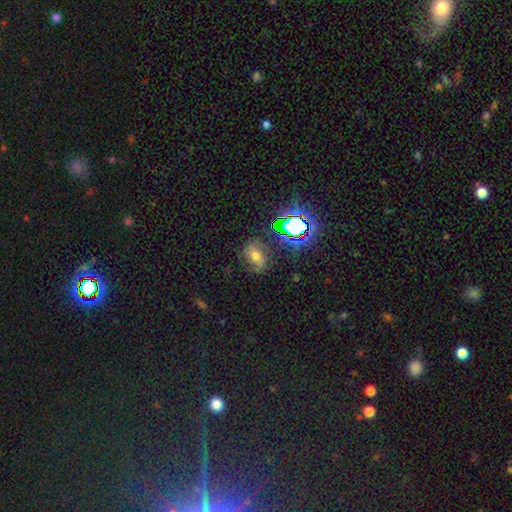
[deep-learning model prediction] Overall: featured or disk (41%; smooth 34%). Merging: none (67%).